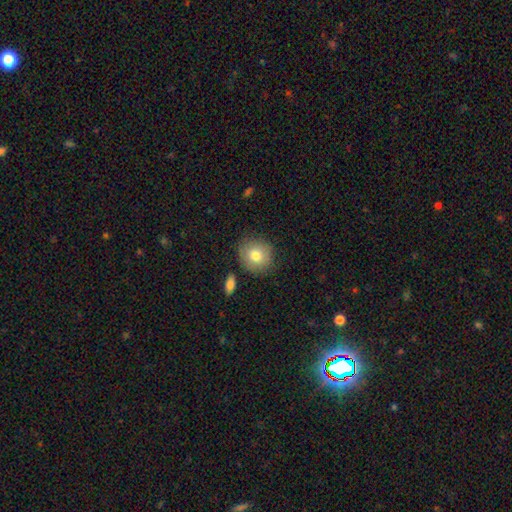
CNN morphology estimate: smooth_or_featured: smooth (p=0.78) [alt: featured or disk p=0.14]
how_rounded: round (p=0.87) [alt: in between p=0.12]
merging: none (p=0.81) [alt: minor disturbance p=0.12]